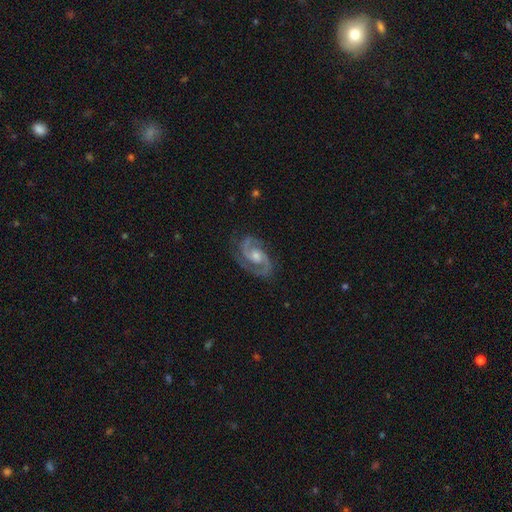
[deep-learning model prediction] smooth-or-featured: featured or disk: 93% | star or artifact: 4% | smooth: 3%
  disk-edge-on: no: 98% | yes: 2%
    bar: no: 53% | weak: 37% | strong: 10%
    has-spiral-arms: yes: 99% | no: 1%
      spiral-winding: medium: 56% | tight: 36% | loose: 8%
      spiral-arm-count: 2: 93% | 3: 2% | can't tell: 2% | 1: 1% | 4: 1% | more than 4: 1%
    bulge-size: moderate: 62% | small: 27% | large: 6% | none: 4% | dominant: 1%
  merging: none: 82% | minor disturbance: 13% | major disturbance: 4% | merger: 1%